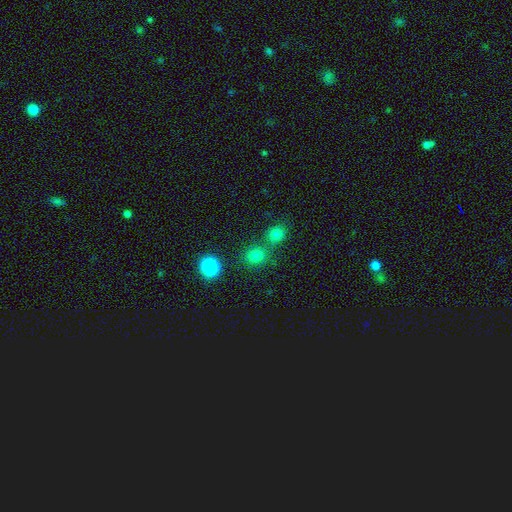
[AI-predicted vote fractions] Smooth or featured?
  - smooth: 75% *
  - star or artifact: 20%
  - featured or disk: 6%
How rounded?
  - round: 81% *
  - in between: 18%
  - cigar-shaped: 1%
Merging?
  - none: 67% *
  - merger: 22%
  - minor disturbance: 8%
  - major disturbance: 3%